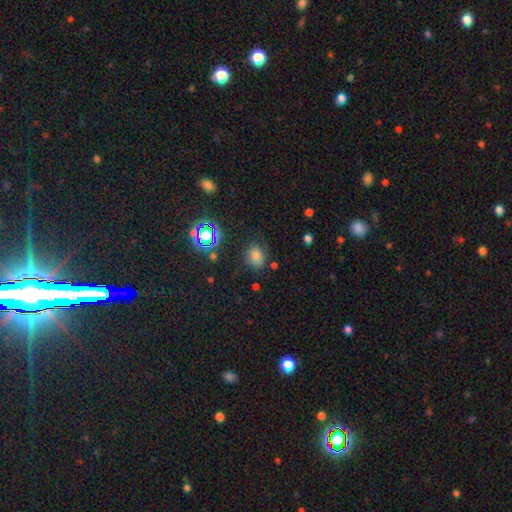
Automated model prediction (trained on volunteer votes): Smooth or featured? smooth (68%)
How rounded? round (58%)
Merging? none (75%)